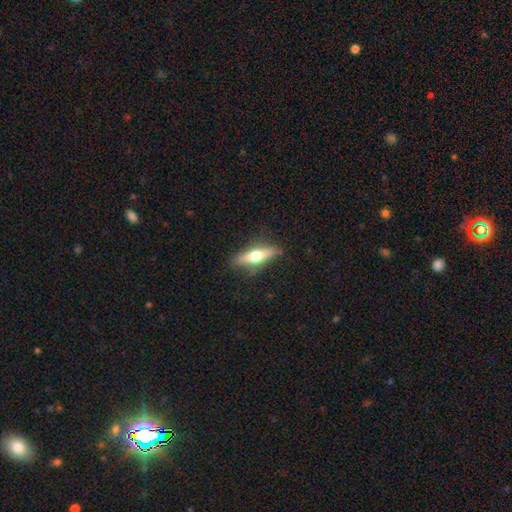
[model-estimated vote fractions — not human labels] featured or disk 48%, smooth 46%, star or artifact 6%. Down the decision tree: merging — none (82%).